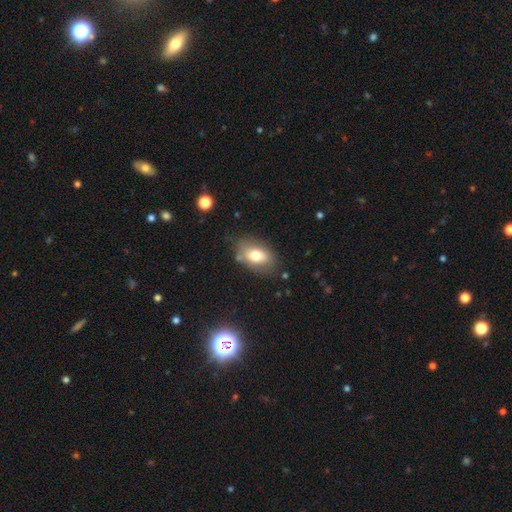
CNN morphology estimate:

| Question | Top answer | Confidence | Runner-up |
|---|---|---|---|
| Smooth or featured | smooth | 70% | featured or disk (22%) |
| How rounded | in between | 87% | round (12%) |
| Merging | none | 72% | minor disturbance (18%) |